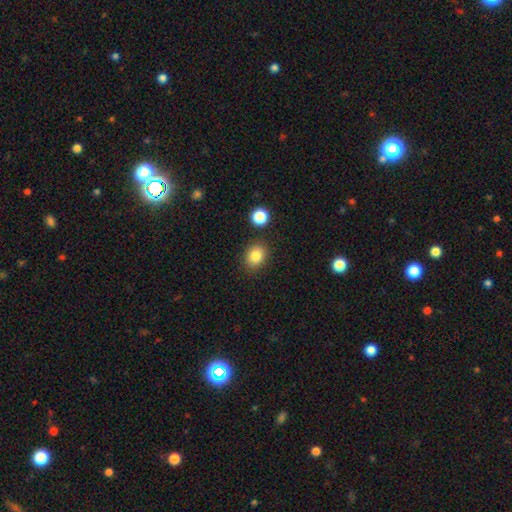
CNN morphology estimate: Q: Smooth or featured?
A: smooth (85%); runner-up: star or artifact (10%)
Q: How rounded?
A: round (51%); runner-up: in between (48%)
Q: Merging?
A: none (84%); runner-up: minor disturbance (9%)